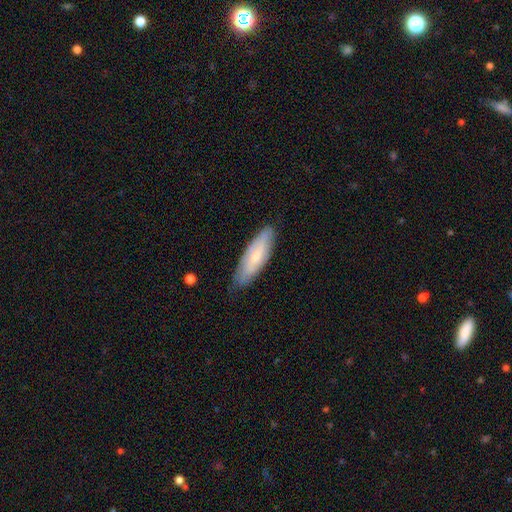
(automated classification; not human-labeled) Smooth or featured?
  - smooth: 58% *
  - featured or disk: 35%
  - star or artifact: 6%
How rounded?
  - in between: 50% *
  - cigar-shaped: 49%
  - round: 2%
Merging?
  - none: 78% *
  - minor disturbance: 18%
  - major disturbance: 3%
  - merger: 1%